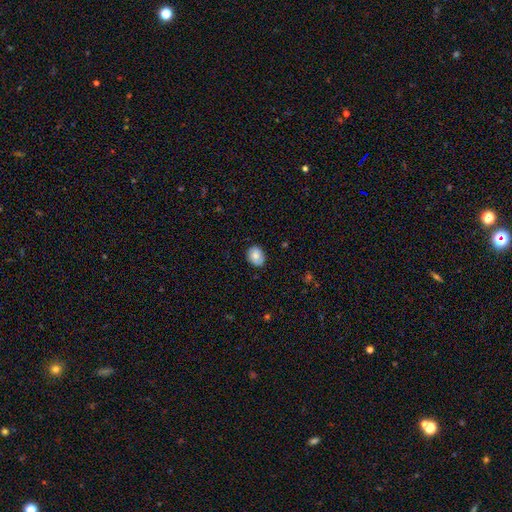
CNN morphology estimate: A smooth galaxy with no disk features (78%) that is in between round and cigar-shaped (51%).

Vote fractions:
- Smooth or featured? smooth: 78% / featured or disk: 14% / star or artifact: 8%
- How rounded? in between: 51% / round: 48% / cigar-shaped: 1%
- Merging? none: 79% / minor disturbance: 17% / major disturbance: 3% / merger: 1%